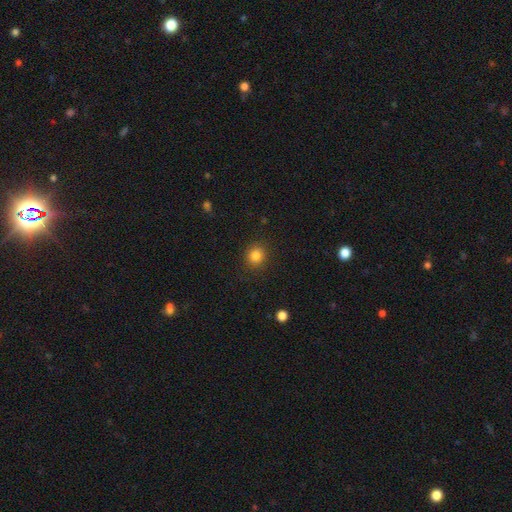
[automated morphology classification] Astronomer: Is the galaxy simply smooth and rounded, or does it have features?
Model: smooth — 84%.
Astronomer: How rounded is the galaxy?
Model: round — 87%.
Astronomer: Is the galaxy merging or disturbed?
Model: none — 89%.